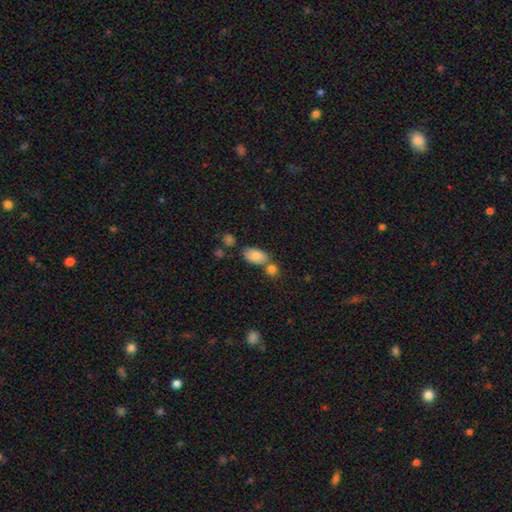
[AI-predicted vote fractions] Smooth or featured? smooth (83%)
How rounded? in between (90%)
Merging? none (54%)